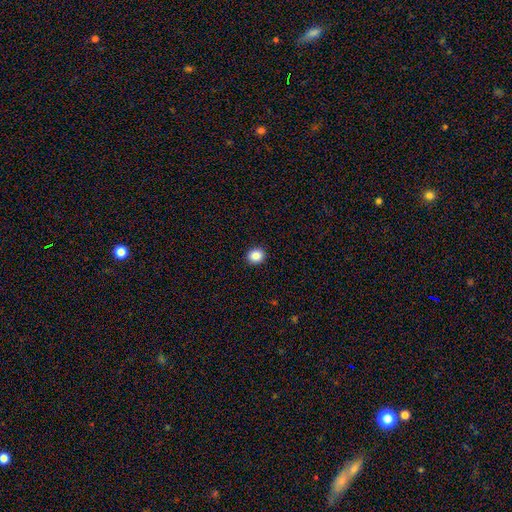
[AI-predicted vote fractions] A smooth galaxy with no disk features (87%) that is round (81%). Merging: none (93%).